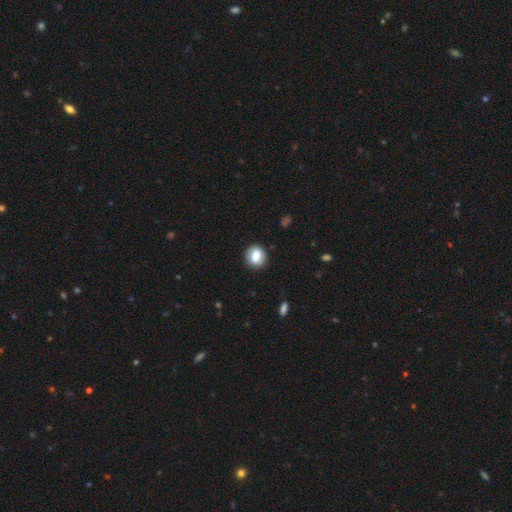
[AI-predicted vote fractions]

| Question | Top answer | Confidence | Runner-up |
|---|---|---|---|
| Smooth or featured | smooth | 77% | featured or disk (15%) |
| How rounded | round | 79% | in between (20%) |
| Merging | none | 89% | minor disturbance (8%) |